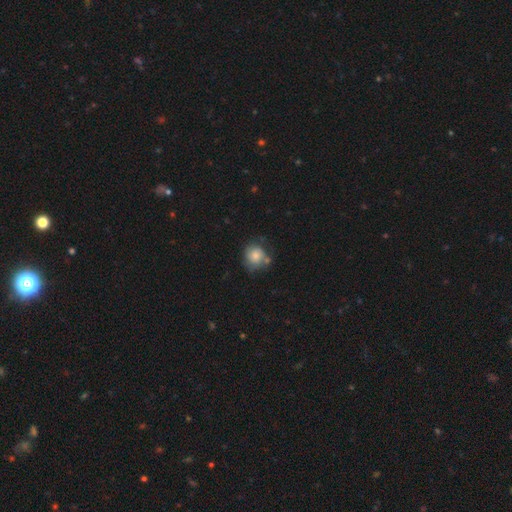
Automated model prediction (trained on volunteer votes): smooth 77%, featured or disk 15%, star or artifact 8%. Down the decision tree: how rounded — round (84%); merging — none (56%).